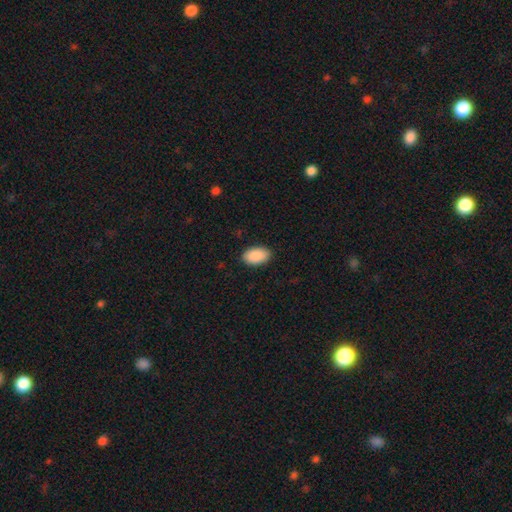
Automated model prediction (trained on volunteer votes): Overall: smooth (91%). How rounded: in between (94%). Merging: none (88%).